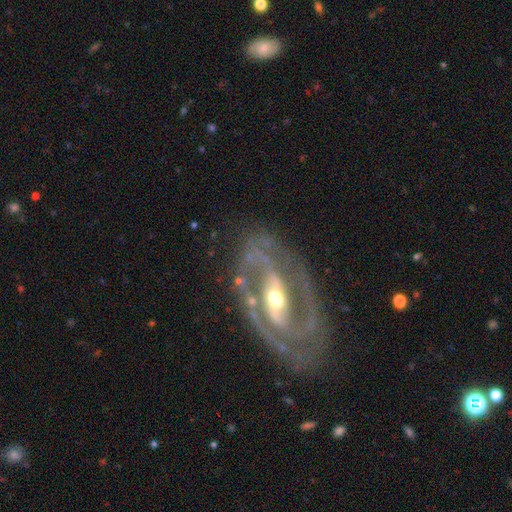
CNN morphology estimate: This appears to be a featured or disk galaxy (91%) with a strong bar (51%), 2 (89%) medium (48%) spiral arms (97%) and a moderate central bulge (60%). Merging: none (76%).